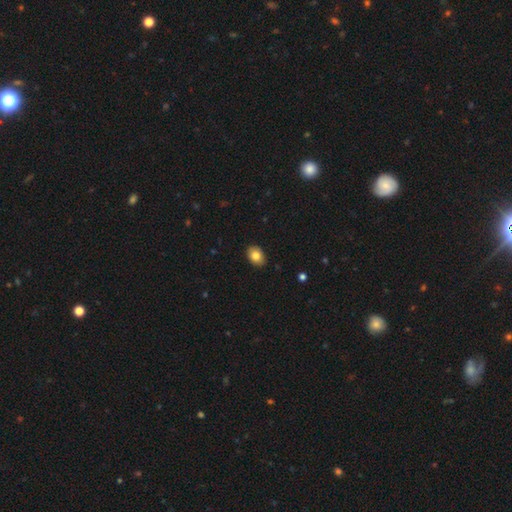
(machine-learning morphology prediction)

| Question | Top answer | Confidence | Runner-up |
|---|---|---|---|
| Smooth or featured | smooth | 82% | featured or disk (10%) |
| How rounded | in between | 75% | round (24%) |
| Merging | none | 90% | minor disturbance (8%) |